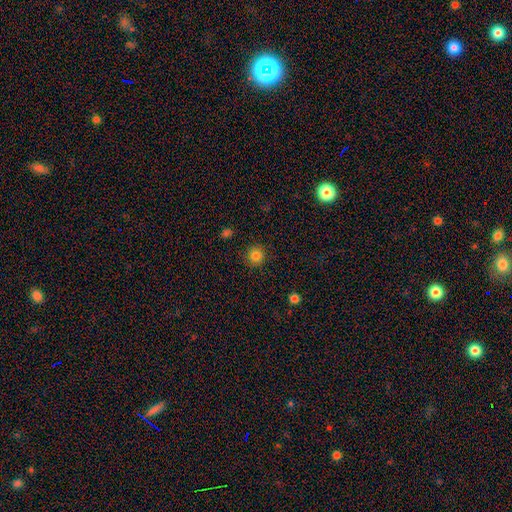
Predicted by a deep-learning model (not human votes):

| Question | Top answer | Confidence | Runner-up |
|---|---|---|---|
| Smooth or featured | smooth | 83% | star or artifact (12%) |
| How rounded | round | 93% | in between (6%) |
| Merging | none | 91% | minor disturbance (6%) |